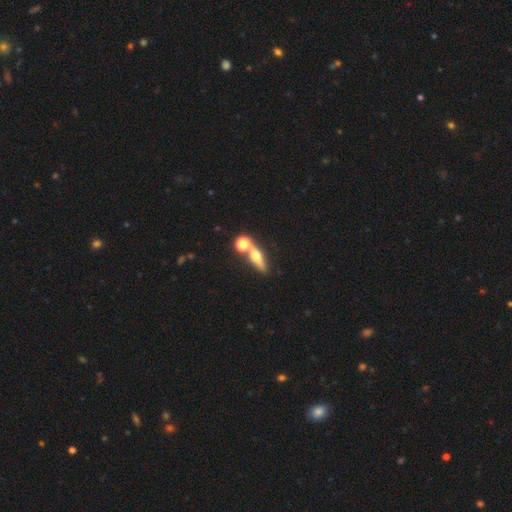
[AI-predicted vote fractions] smooth-or-featured: smooth: 47% | featured or disk: 40% | star or artifact: 13%
  merging: none: 55% | merger: 28% | minor disturbance: 11% | major disturbance: 6%